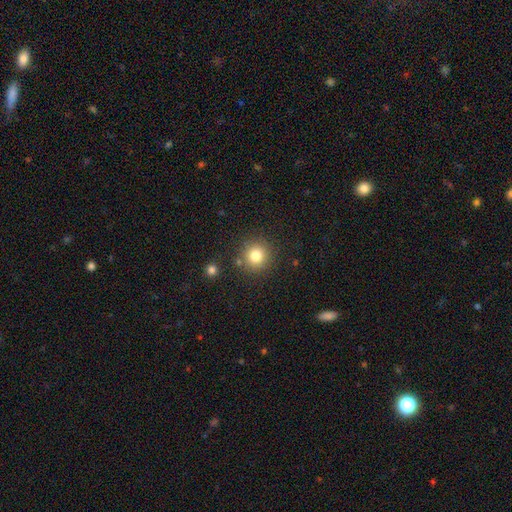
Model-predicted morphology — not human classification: Smooth or featured?
  - smooth: 81% *
  - star or artifact: 12%
  - featured or disk: 7%
How rounded?
  - round: 93% *
  - in between: 6%
  - cigar-shaped: 1%
Merging?
  - none: 85% *
  - minor disturbance: 7%
  - merger: 5%
  - major disturbance: 3%